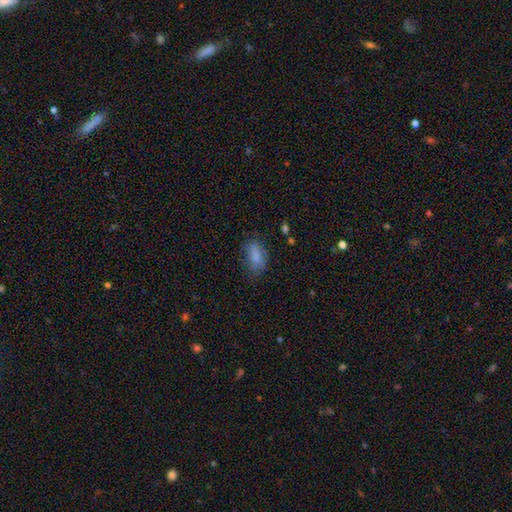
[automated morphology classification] Smooth or featured? Predicted: smooth (p=0.78). How rounded? Predicted: in between (p=0.83). Merging? Predicted: none (p=0.64).